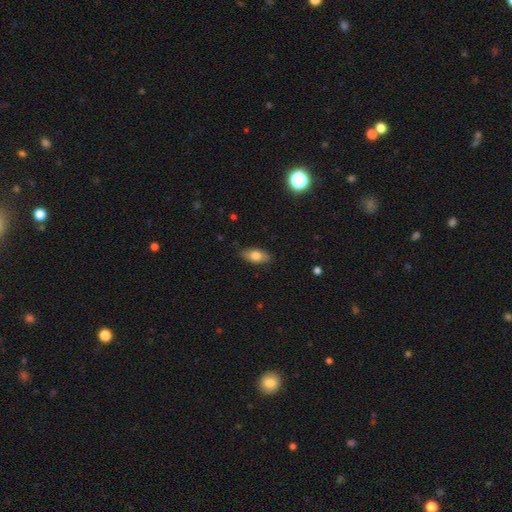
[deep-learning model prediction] smooth_or_featured: smooth (p=0.77) [alt: featured or disk p=0.15]
how_rounded: in between (p=0.88) [alt: cigar-shaped p=0.09]
merging: none (p=0.86) [alt: minor disturbance p=0.11]